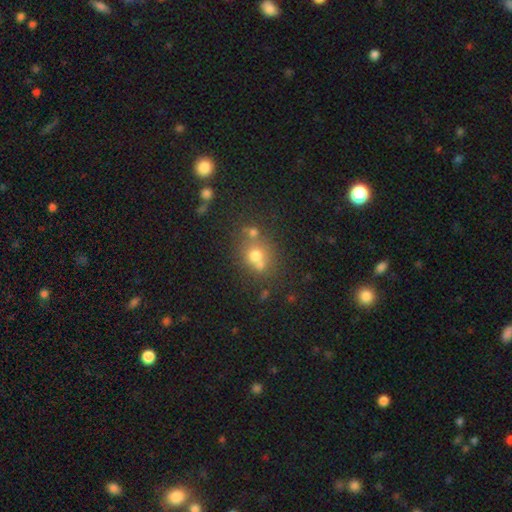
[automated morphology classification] Smooth or featured: smooth — 62% (star or artifact — 20%)
How rounded: round — 77% (in between — 22%)
Merging: none — 49% (merger — 36%)